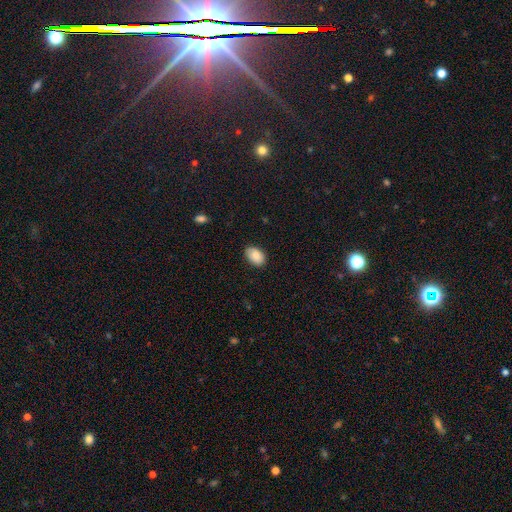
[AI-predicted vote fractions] A smooth galaxy with no disk features (88%) that is in between round and cigar-shaped (90%).

Vote fractions:
- Smooth or featured? smooth: 88% / star or artifact: 7% / featured or disk: 5%
- How rounded? in between: 90% / round: 9% / cigar-shaped: 1%
- Merging? none: 84% / minor disturbance: 12% / major disturbance: 2% / merger: 1%